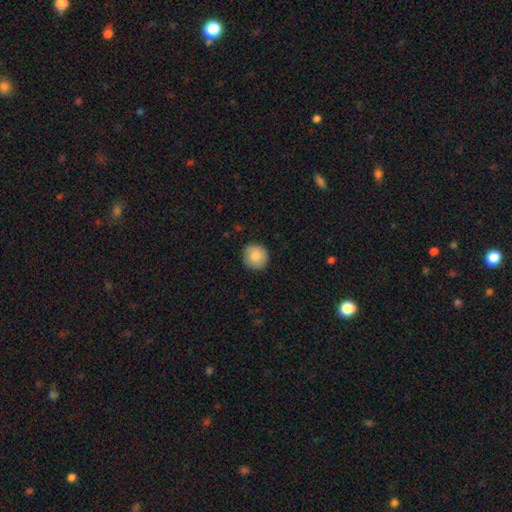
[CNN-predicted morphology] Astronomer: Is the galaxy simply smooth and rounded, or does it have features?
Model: smooth — 87%.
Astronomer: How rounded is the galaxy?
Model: round — 92%.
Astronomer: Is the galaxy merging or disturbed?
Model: none — 90%.